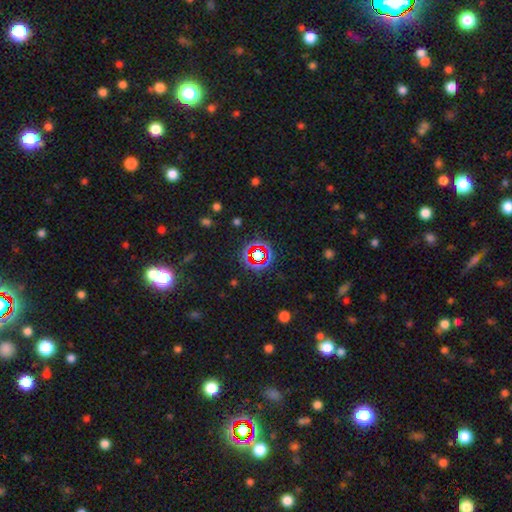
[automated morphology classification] Smooth or featured? Predicted: star or artifact (p=0.71).